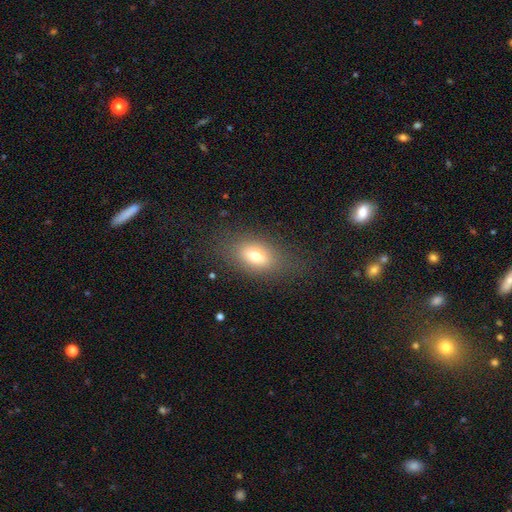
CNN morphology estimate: smooth_or_featured: smooth (p=0.70) [alt: featured or disk p=0.18]
how_rounded: in between (p=0.81) [alt: round p=0.15]
merging: none (p=0.77) [alt: minor disturbance p=0.14]